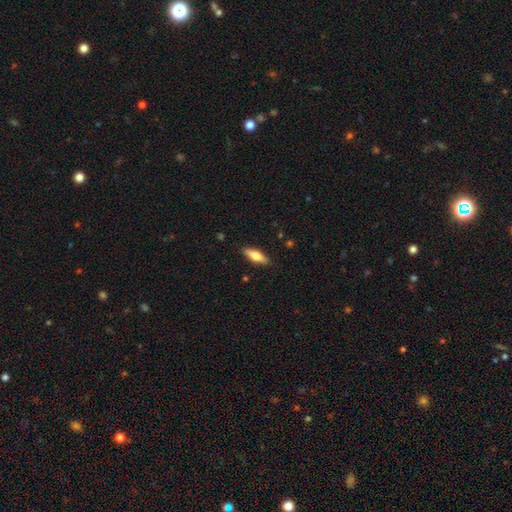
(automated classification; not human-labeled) smooth_or_featured: smooth (p=0.58) [alt: featured or disk p=0.36]
how_rounded: in between (p=0.53) [alt: cigar-shaped p=0.44]
merging: none (p=0.88) [alt: minor disturbance p=0.09]